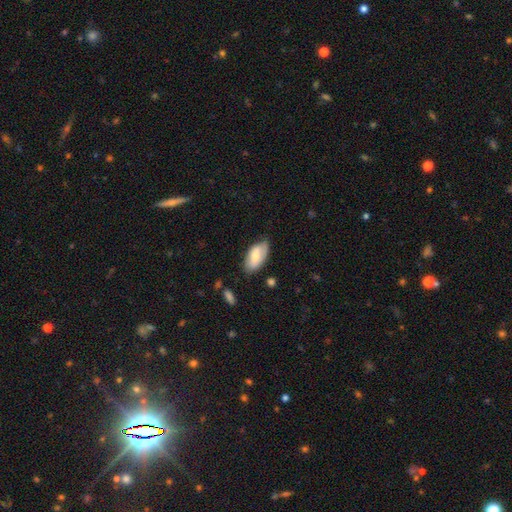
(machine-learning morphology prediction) type=smooth (62%); roundness=in between (93%); merging=none (66%).